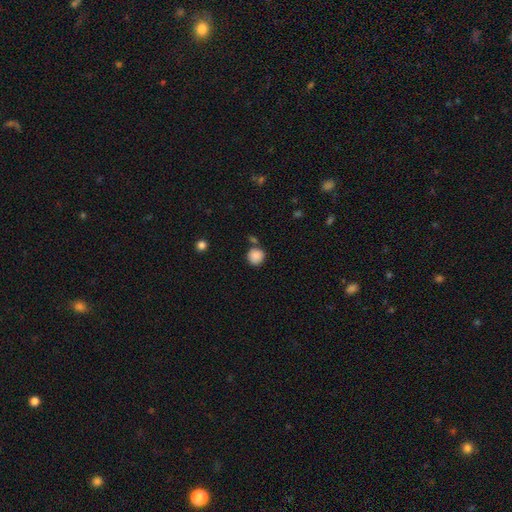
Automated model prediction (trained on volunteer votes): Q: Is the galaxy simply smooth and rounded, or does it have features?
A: smooth — 87%.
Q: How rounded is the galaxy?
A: round — 89%.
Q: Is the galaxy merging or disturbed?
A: none — 72%.